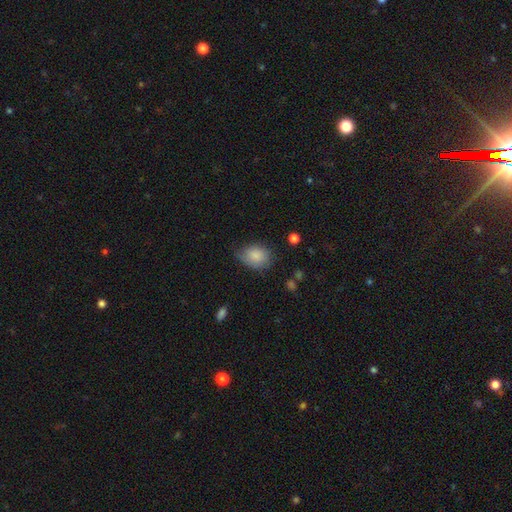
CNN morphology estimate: A smooth galaxy with no disk features (83%) that is in between round and cigar-shaped (66%). Merging: none (56%).